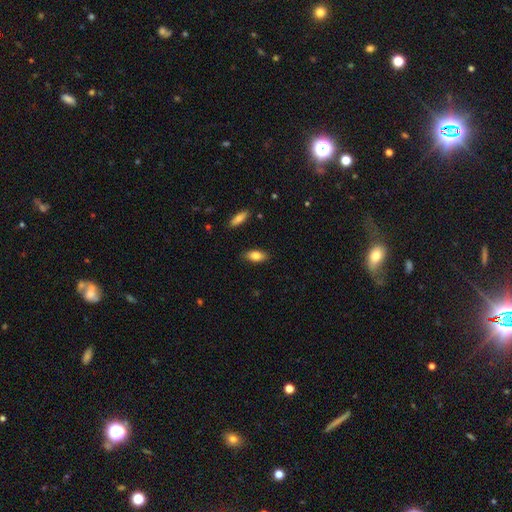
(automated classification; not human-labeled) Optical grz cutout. It shows a smooth galaxy with no disk features (81%) that is in between round and cigar-shaped (87%). Merging: none (86%).